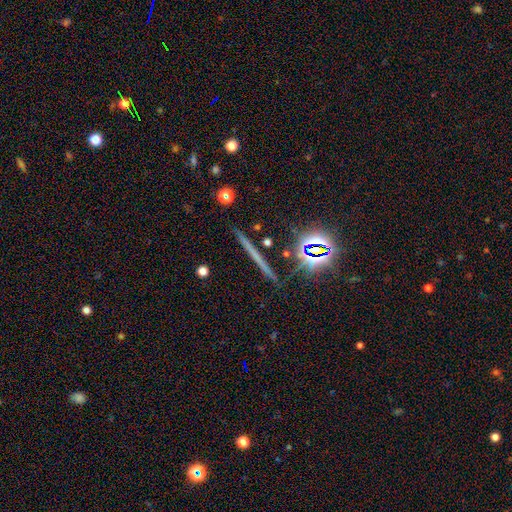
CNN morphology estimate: smooth-or-featured: featured or disk: 38% | star or artifact: 31% | smooth: 31%
  merging: none: 90% | minor disturbance: 6% | merger: 2% | major disturbance: 2%